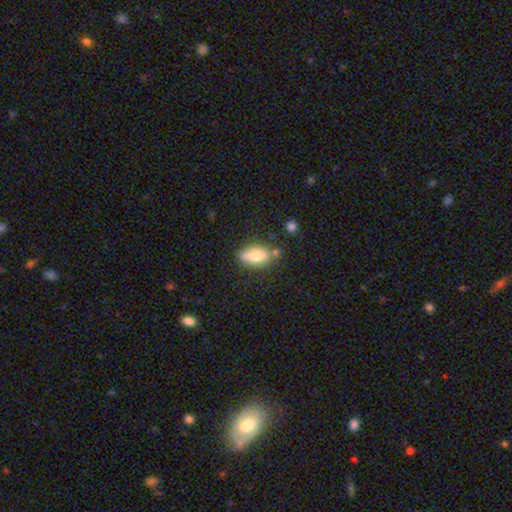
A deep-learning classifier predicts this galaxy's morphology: smooth-or-featured: smooth: 77% | featured or disk: 16% | star or artifact: 8%
  how-rounded: in between: 85% | cigar-shaped: 10% | round: 4%
  merging: none: 69% | minor disturbance: 18% | merger: 8% | major disturbance: 4%